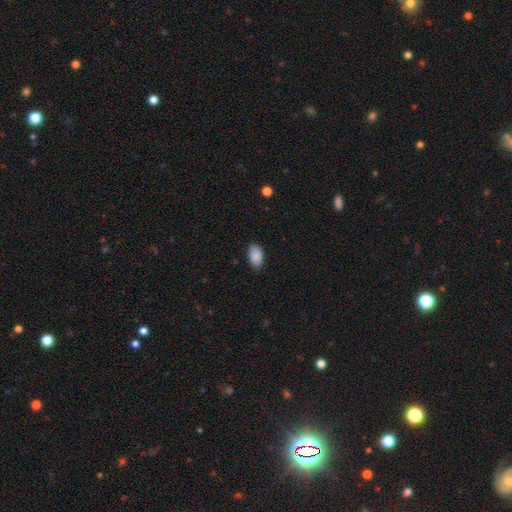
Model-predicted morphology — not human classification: smooth_or_featured: smooth (p=0.88) [alt: star or artifact p=0.07]
how_rounded: in between (p=0.93) [alt: round p=0.06]
merging: none (p=0.79) [alt: minor disturbance p=0.17]